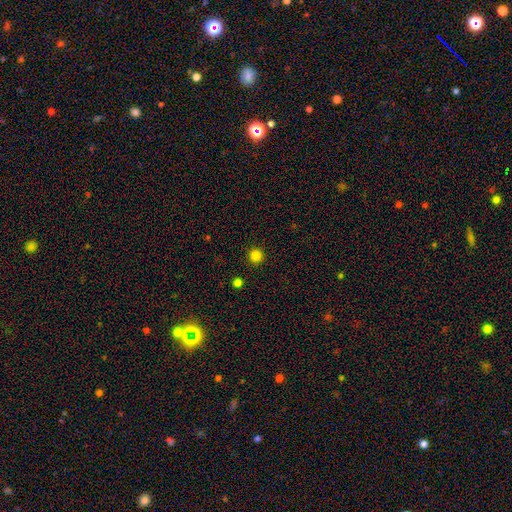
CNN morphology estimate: A smooth galaxy with no disk features (83%) that is round (96%). Merging: none (93%).